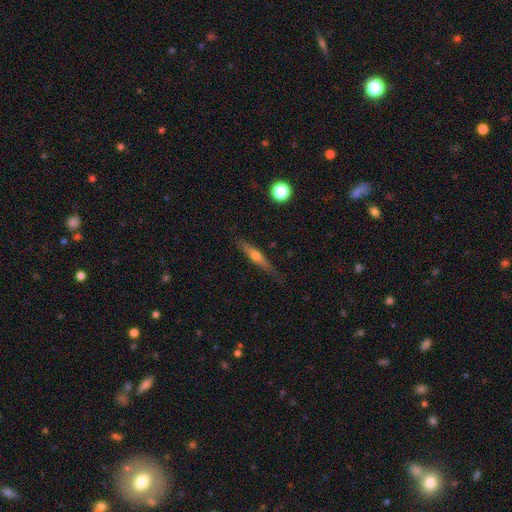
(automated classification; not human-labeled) Morphology: type=featured or disk (53%); edge-on=yes (94%); merging=none (81%).